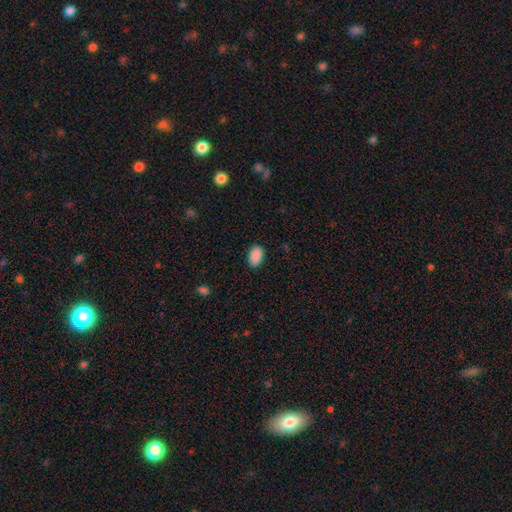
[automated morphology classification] The model was most divided on "merging": none: 87%, minor disturbance: 9%, major disturbance: 2%, merger: 1%. More confident: how rounded — in between (90%); smooth or featured — smooth (90%).